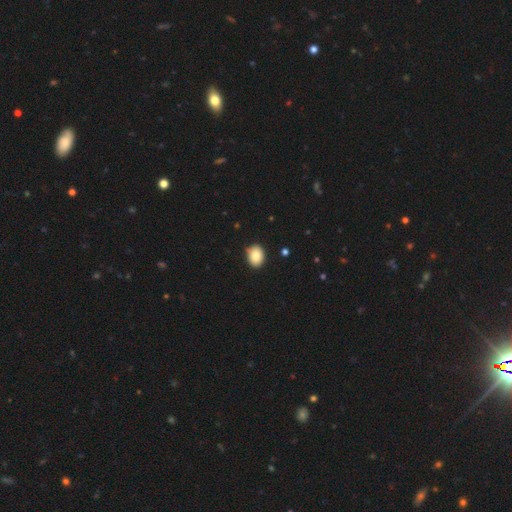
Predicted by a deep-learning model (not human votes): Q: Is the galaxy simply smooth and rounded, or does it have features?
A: smooth — 87%.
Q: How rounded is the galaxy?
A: in between — 68%.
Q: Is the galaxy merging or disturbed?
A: none — 85%.